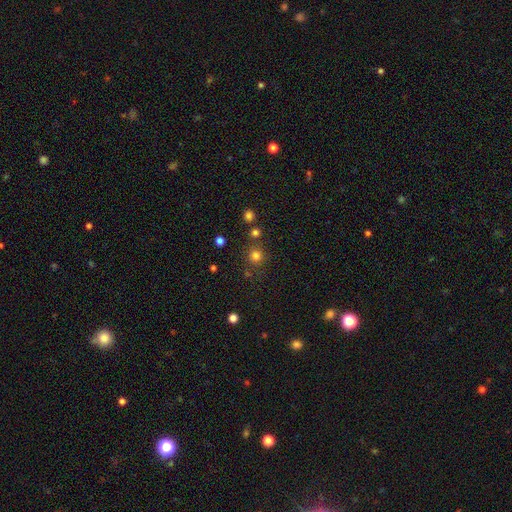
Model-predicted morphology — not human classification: A smooth galaxy with no disk features (78%) that is round (91%).

Vote fractions:
- Smooth or featured? smooth: 78% / star or artifact: 17% / featured or disk: 6%
- How rounded? round: 91% / in between: 9% / cigar-shaped: 1%
- Merging? none: 78% / minor disturbance: 9% / merger: 9% / major disturbance: 4%